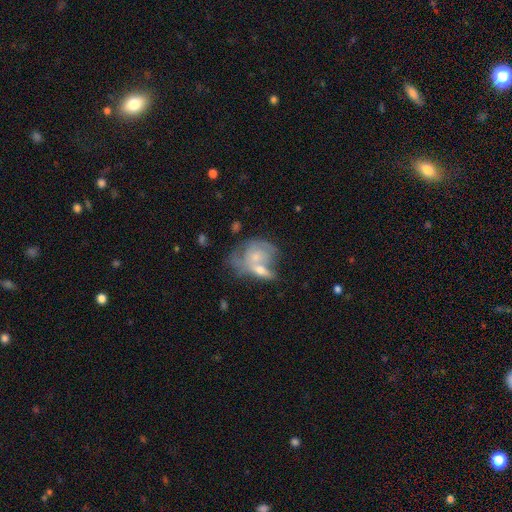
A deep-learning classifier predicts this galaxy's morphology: This appears to be a featured or disk galaxy (50%). Merging: merger (50%).